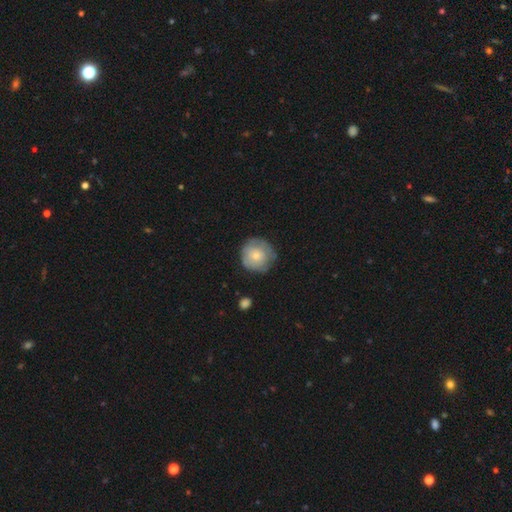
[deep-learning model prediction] Smooth or featured? Predicted: smooth (p=0.67). How rounded? Predicted: round (p=0.93). Merging? Predicted: none (p=0.73).